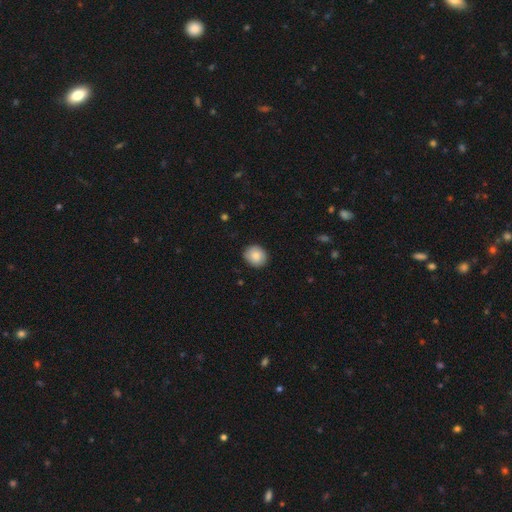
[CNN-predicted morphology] This is clearly a smooth galaxy (86%). How rounded: likely round (76%). Merging: clearly none (89%).